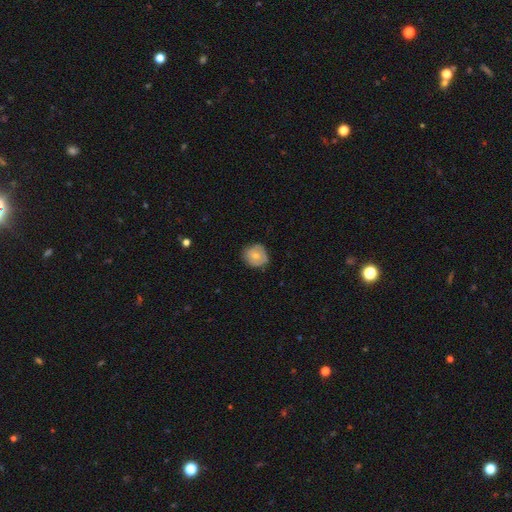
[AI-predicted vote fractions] smooth-or-featured: smooth: 61% | featured or disk: 32% | star or artifact: 7%
  how-rounded: round: 88% | in between: 11% | cigar-shaped: 1%
  merging: none: 76% | minor disturbance: 19% | major disturbance: 4% | merger: 1%